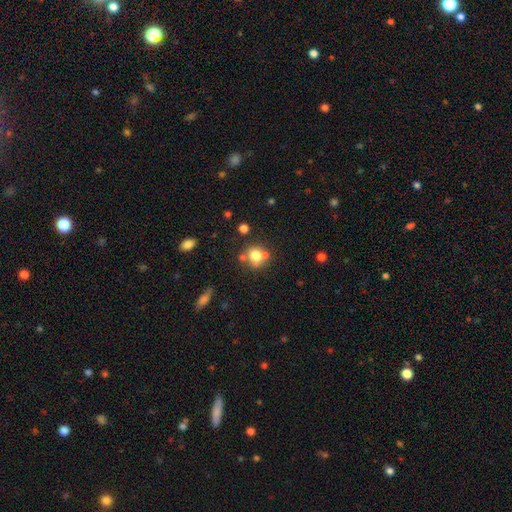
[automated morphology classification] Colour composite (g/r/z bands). It shows a smooth galaxy with no disk features (74%) that is round (80%). Merging: none (59%).